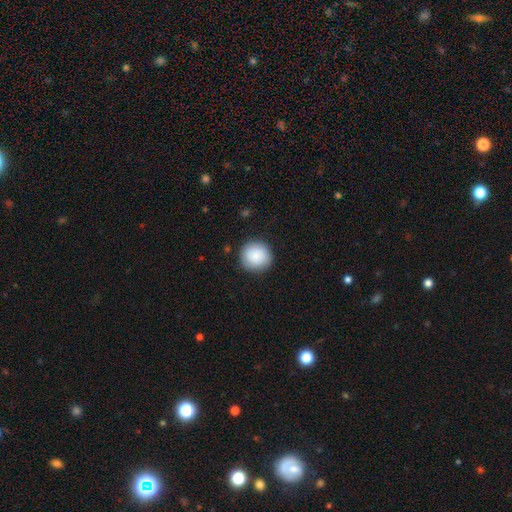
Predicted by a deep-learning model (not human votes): A smooth galaxy with no disk features (88%) that is round (94%).

Vote fractions:
- Smooth or featured? smooth: 88% / star or artifact: 7% / featured or disk: 5%
- How rounded? round: 94% / in between: 5% / cigar-shaped: 1%
- Merging? none: 89% / minor disturbance: 8% / major disturbance: 2% / merger: 1%